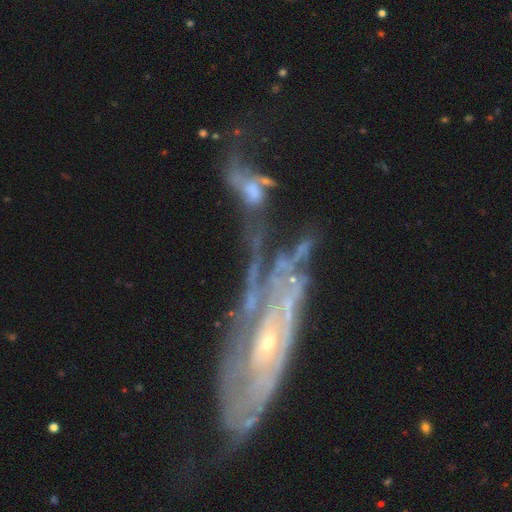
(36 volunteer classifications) A featured or disk galaxy (81%) with no bar (70%), tight (76%) spiral arms (78%) and a moderate central bulge (44%, tied with small).

Vote fractions:
- Smooth or featured? featured or disk: 81% / smooth: 17% / star or artifact: 3%
- Edge-on disk? no: 93% / yes: 7%
- Bar? no: 70% / weak: 22% / strong: 7%
- Spiral arms? yes: 78% / no: 22%
- Spiral winding? tight: 76% / medium: 14% / loose: 10%
- Spiral arm count? can't tell: 62% / 2: 19% / 3: 14% / more than 4: 5% / 1: 0% / 4: 0%
- Bulge size? moderate: 44% (tied) / small: 44% (tied) / none: 7% / dominant: 4% / large: 0%
- Merging? major disturbance: 37% (tied) / merger: 37% (tied) / minor disturbance: 17% / none: 9%